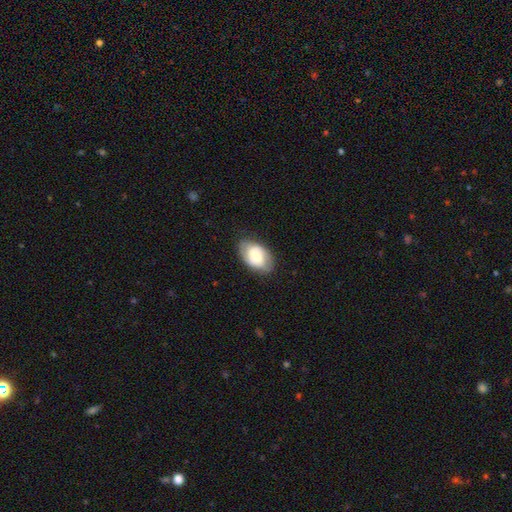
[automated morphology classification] Smooth or featured?
  - featured or disk: 51% *
  - smooth: 42%
  - star or artifact: 7%
Edge-on disk?
  - no: 95% *
  - yes: 5%
Merging?
  - none: 80% *
  - minor disturbance: 15%
  - major disturbance: 4%
  - merger: 1%